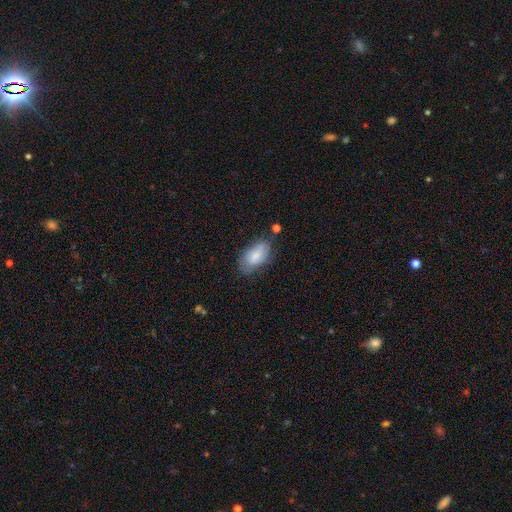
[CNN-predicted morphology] Smooth or featured?
  - smooth: 72% *
  - featured or disk: 21%
  - star or artifact: 7%
How rounded?
  - in between: 93% *
  - round: 5%
  - cigar-shaped: 3%
Merging?
  - none: 62% *
  - minor disturbance: 27%
  - major disturbance: 7%
  - merger: 4%